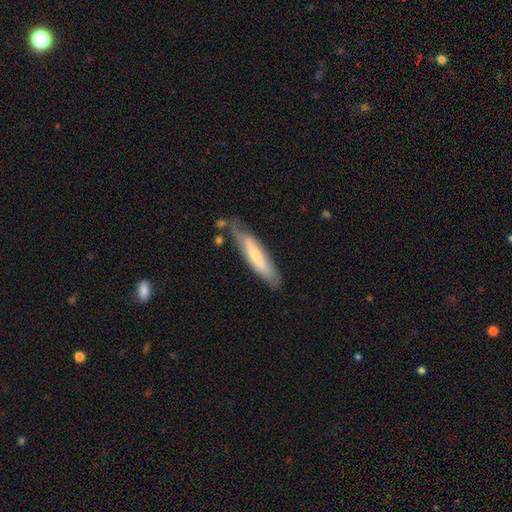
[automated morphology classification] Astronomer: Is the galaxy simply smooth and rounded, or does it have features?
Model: smooth — 51% (runner-up: featured or disk, 44%).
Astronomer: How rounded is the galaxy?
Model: cigar-shaped — 79%.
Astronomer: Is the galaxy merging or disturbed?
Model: none — 65%.